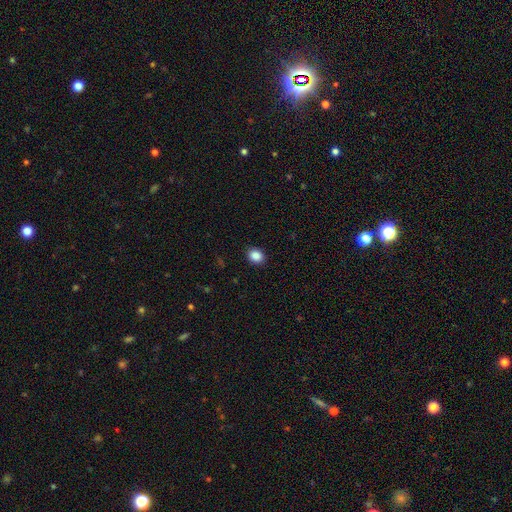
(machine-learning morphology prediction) Smooth or featured: smooth — 87% (star or artifact — 9%)
How rounded: round — 56% (in between — 43%)
Merging: none — 91% (minor disturbance — 7%)